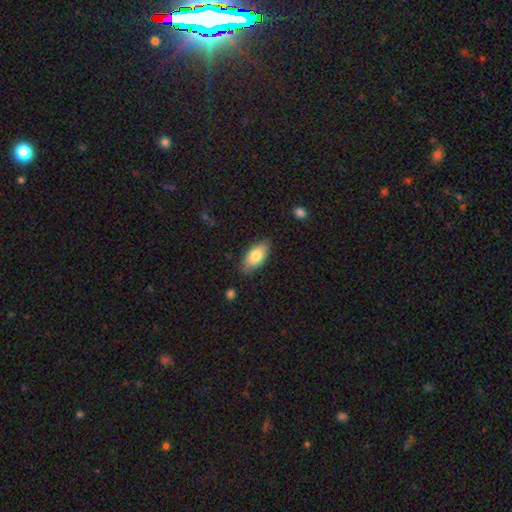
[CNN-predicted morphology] A smooth galaxy with no disk features (79%) that is in between round and cigar-shaped (89%). Merging: none (83%).